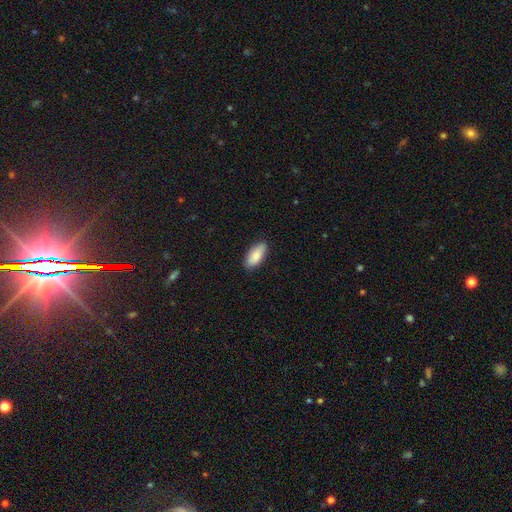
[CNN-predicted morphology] This is clearly a smooth galaxy (86%). How rounded: clearly in between (88%). Merging: clearly none (86%).